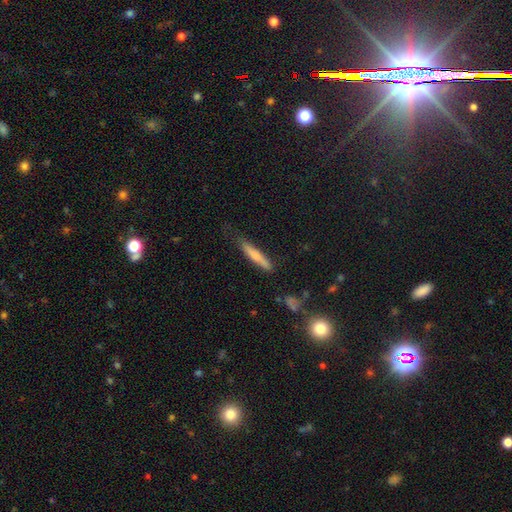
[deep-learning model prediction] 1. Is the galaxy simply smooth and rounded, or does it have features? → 67% smooth, 27% featured or disk, 6% star or artifact.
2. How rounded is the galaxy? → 91% cigar-shaped, 7% in between, 1% round.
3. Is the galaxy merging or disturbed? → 75% none, 19% minor disturbance, 4% major disturbance, 2% merger.